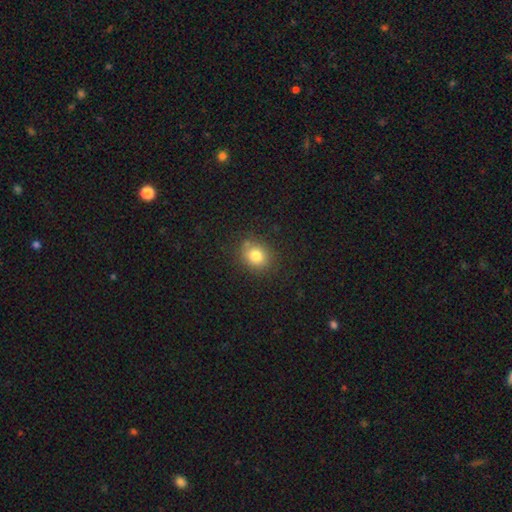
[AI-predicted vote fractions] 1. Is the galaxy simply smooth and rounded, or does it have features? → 80% smooth, 11% star or artifact, 8% featured or disk.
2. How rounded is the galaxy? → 63% round, 37% in between, 1% cigar-shaped.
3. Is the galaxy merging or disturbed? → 79% none, 14% minor disturbance, 4% major disturbance, 3% merger.